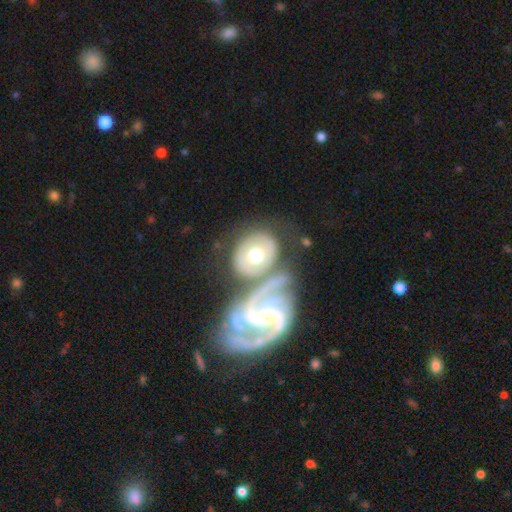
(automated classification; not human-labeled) This appears to be a featured or disk galaxy (58%) with no bar (65%), spiral arms (74%) and a moderate central bulge (65%). Merging: none (43%).